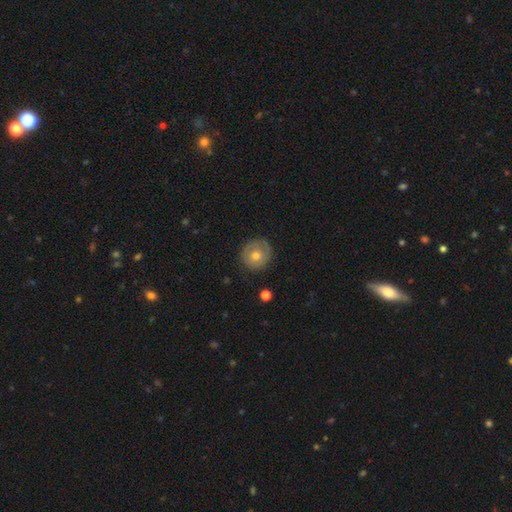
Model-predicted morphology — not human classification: smooth_or_featured: smooth (p=0.66) [alt: featured or disk p=0.26]
how_rounded: round (p=0.92) [alt: in between p=0.07]
merging: none (p=0.83) [alt: minor disturbance p=0.13]